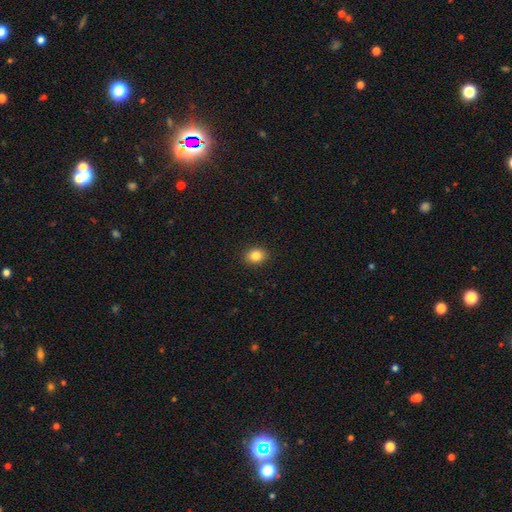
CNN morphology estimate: type=smooth (85%); roundness=in between (50%); merging=none (91%).